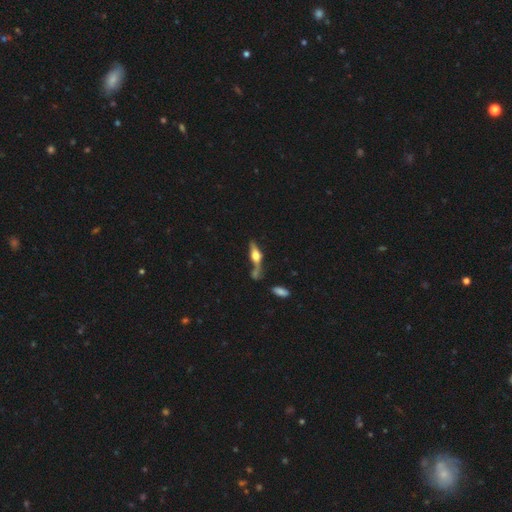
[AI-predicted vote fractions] Smooth or featured?
  - featured or disk: 63% *
  - smooth: 29%
  - star or artifact: 8%
Edge-on disk?
  - yes: 91% *
  - no: 9%
Edge-on bulge?
  - rounded: 94% *
  - boxy: 4%
  - none: 2%
Merging?
  - none: 54% *
  - merger: 22%
  - minor disturbance: 16%
  - major disturbance: 9%